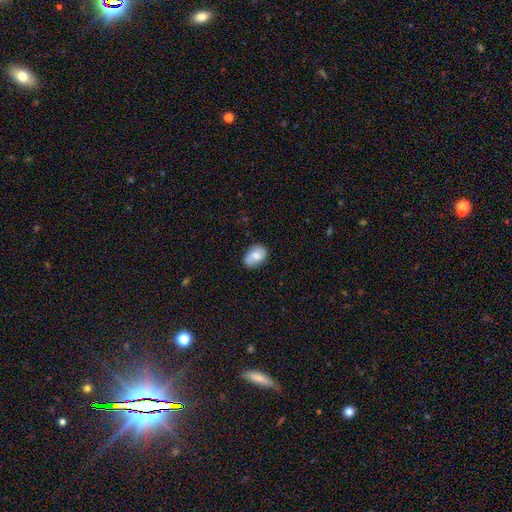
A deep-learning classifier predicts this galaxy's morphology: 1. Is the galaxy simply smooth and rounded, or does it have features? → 67% smooth, 25% featured or disk, 8% star or artifact.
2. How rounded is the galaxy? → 82% in between, 17% round, 1% cigar-shaped.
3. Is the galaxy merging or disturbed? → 73% none, 20% minor disturbance, 4% major disturbance, 3% merger.